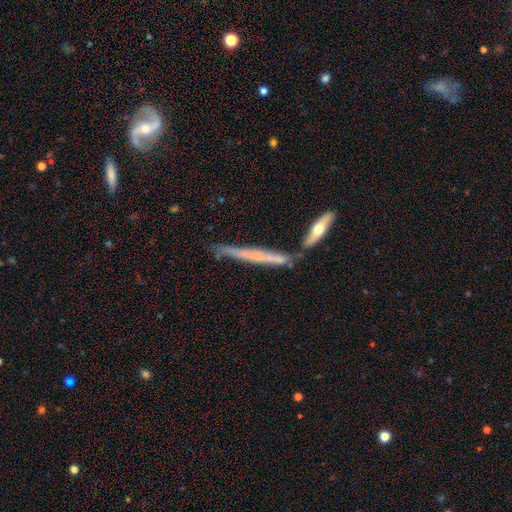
Volunteers were most divided on "merging": none: 47%, minor disturbance: 24%, merger: 24%, major disturbance: 5%. More confident: edge-on disk — yes (96%); smooth or featured — featured or disk (72%); edge-on bulge — none (59%).